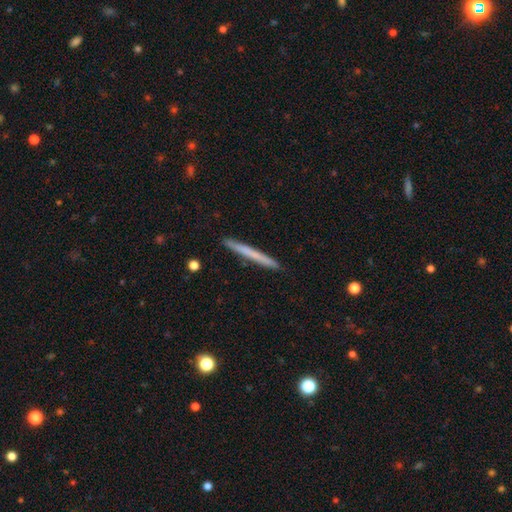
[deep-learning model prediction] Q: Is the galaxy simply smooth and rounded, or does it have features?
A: smooth — 60%.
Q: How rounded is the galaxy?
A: cigar-shaped — 97%.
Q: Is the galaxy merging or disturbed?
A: none — 92%.